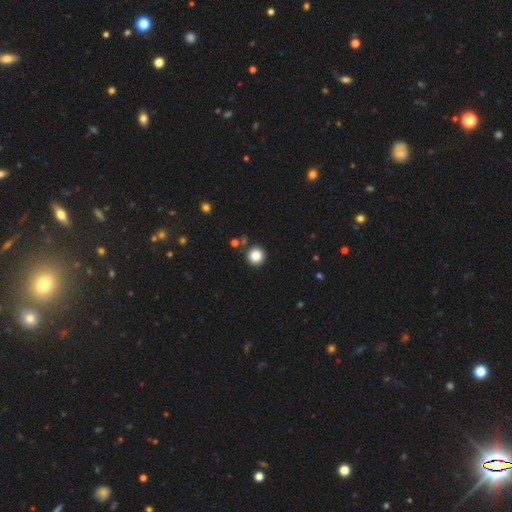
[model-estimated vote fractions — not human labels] smooth 85%, star or artifact 10%, featured or disk 5%. Down the decision tree: how rounded — round (95%); merging — none (89%).